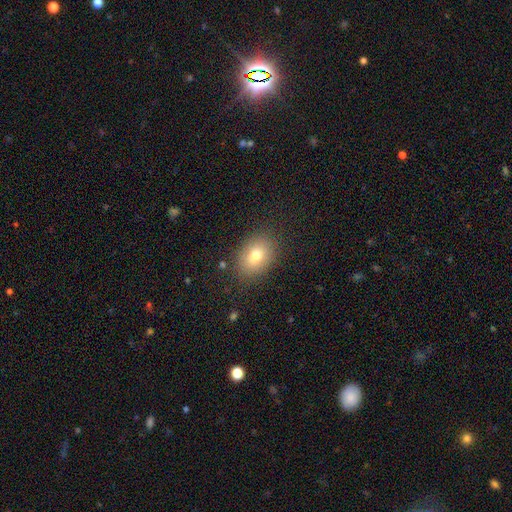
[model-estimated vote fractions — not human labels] smooth 76%, featured or disk 13%, star or artifact 10%. Down the decision tree: how rounded — in between (74%); merging — none (84%).